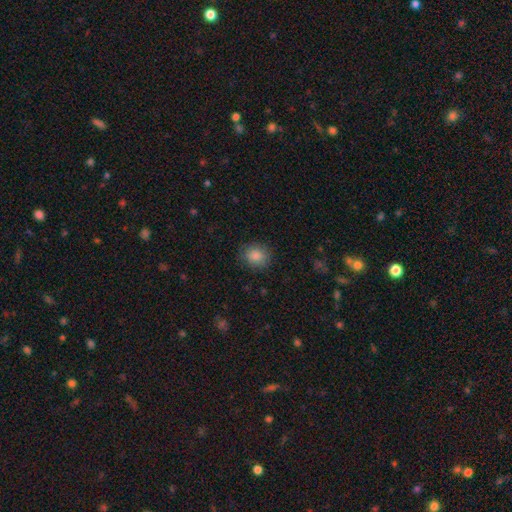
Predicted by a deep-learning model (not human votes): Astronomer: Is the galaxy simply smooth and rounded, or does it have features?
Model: smooth — 86%.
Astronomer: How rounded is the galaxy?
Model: round — 79%.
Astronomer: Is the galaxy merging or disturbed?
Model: none — 84%.